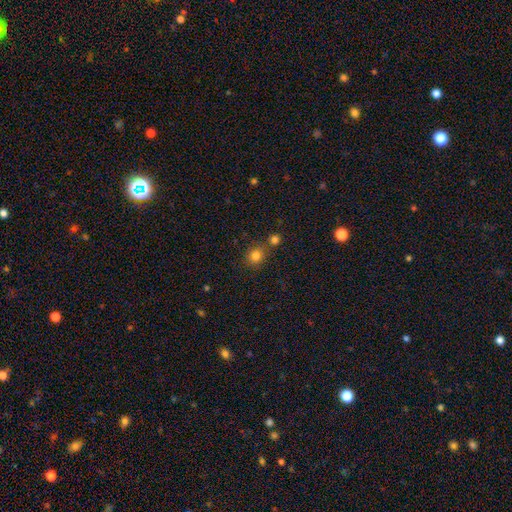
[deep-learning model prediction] The model was most divided on "merging": none: 71%, merger: 17%, minor disturbance: 9%, major disturbance: 3%. More confident: how rounded — round (85%); smooth or featured — smooth (80%).